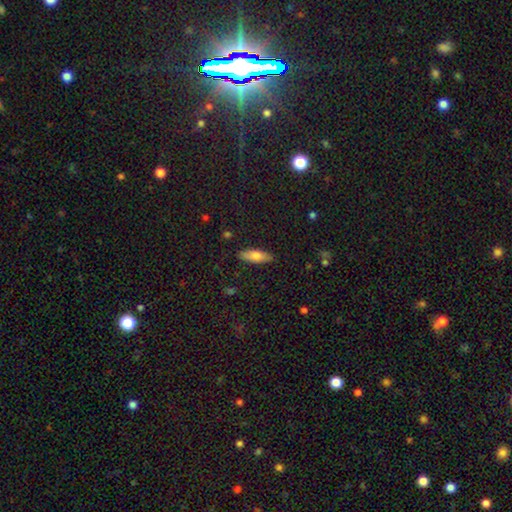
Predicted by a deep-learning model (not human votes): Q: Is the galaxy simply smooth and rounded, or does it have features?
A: smooth — 73%.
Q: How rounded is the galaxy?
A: in between — 60%.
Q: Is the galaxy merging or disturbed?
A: none — 88%.